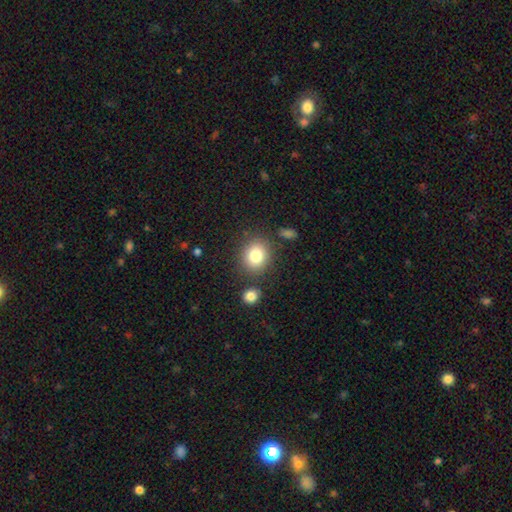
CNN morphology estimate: type=smooth (81%); roundness=round (73%); merging=none (81%).